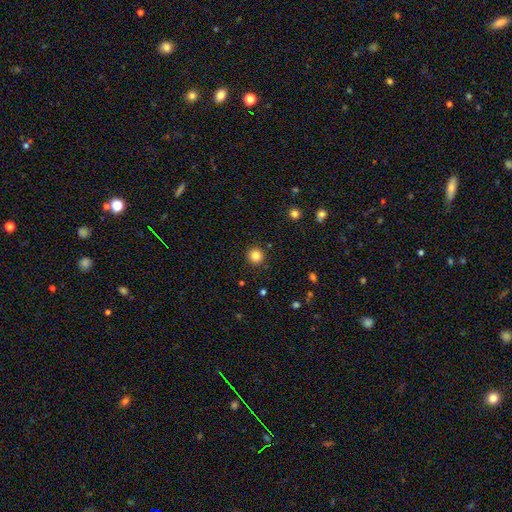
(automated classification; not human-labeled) Q: Smooth or featured?
A: smooth (84%); runner-up: star or artifact (11%)
Q: How rounded?
A: round (94%); runner-up: in between (5%)
Q: Merging?
A: none (91%); runner-up: minor disturbance (6%)